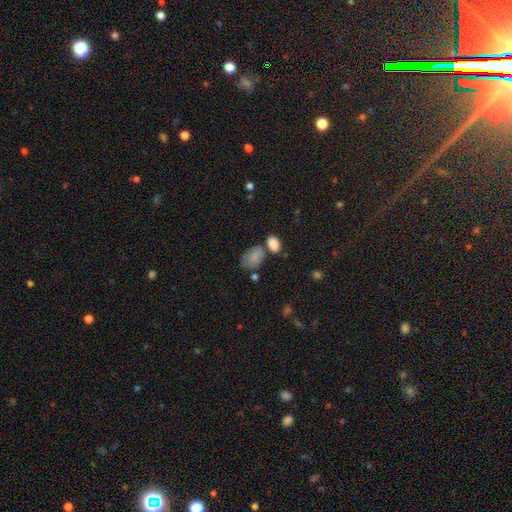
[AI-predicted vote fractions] smooth_or_featured: smooth (p=0.73) [alt: star or artifact p=0.16]
how_rounded: in between (p=0.78) [alt: round p=0.20]
merging: none (p=0.47) [alt: merger p=0.23]